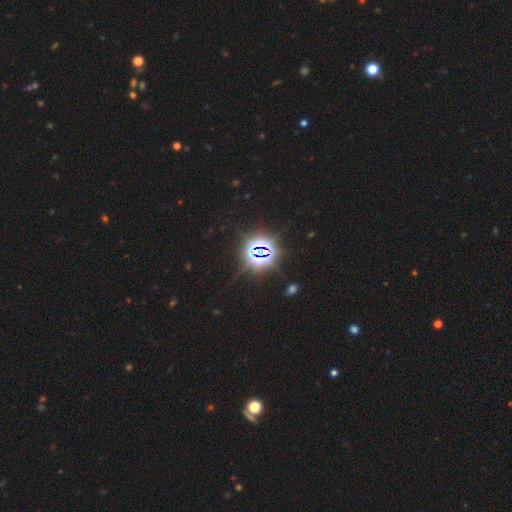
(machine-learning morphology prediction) Q: Smooth or featured?
A: star or artifact (83%); runner-up: smooth (10%)